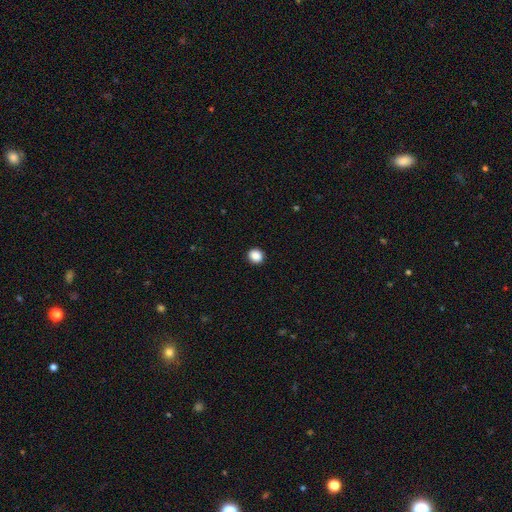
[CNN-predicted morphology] This is clearly a smooth galaxy (88%). How rounded: clearly round (85%). Merging: clearly none (92%).